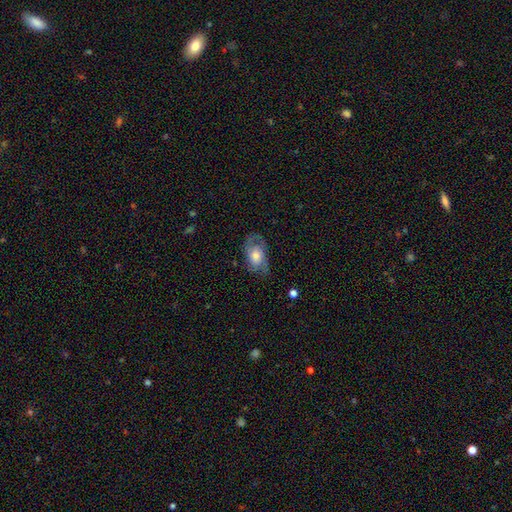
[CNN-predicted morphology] featured or disk 60%, smooth 32%, star or artifact 7%. Down the decision tree: edge-on disk — no (94%); bar — no (78%); spiral arms — yes (80%); bulge size — moderate (55%); merging — none (63%).